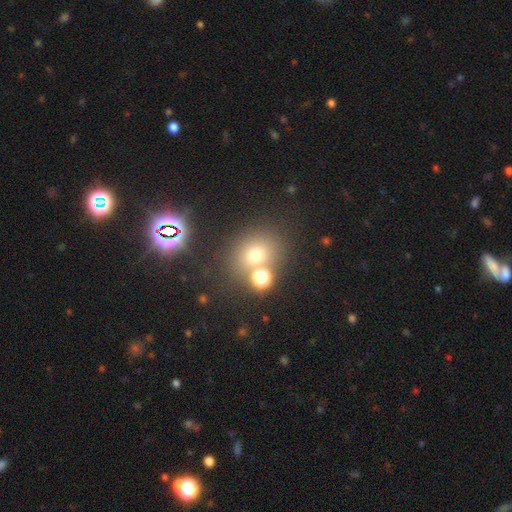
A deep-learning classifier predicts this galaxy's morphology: Smooth or featured? Predicted: smooth (p=0.67). How rounded? Predicted: round (p=0.73). Merging? Predicted: none (p=0.65).